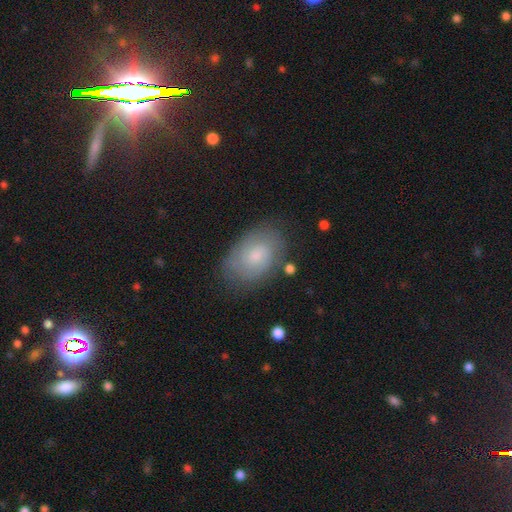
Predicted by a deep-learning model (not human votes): featured or disk 48%, smooth 44%, star or artifact 9%. Down the decision tree: merging — none (76%).